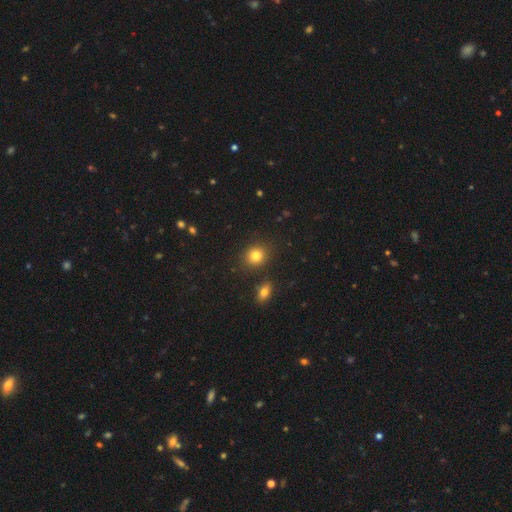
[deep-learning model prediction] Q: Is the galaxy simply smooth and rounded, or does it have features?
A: smooth — 82%.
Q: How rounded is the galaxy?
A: round — 73%.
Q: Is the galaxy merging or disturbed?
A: none — 83%.